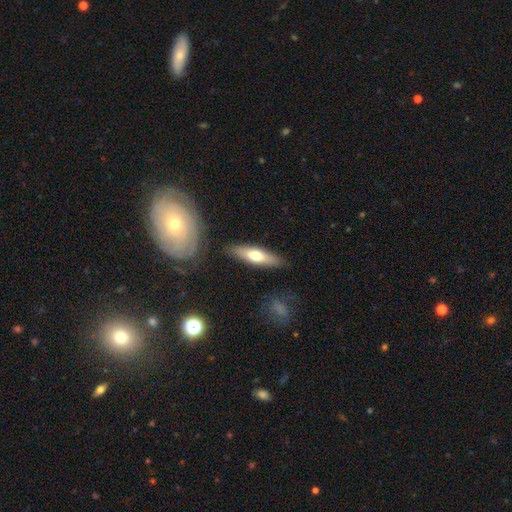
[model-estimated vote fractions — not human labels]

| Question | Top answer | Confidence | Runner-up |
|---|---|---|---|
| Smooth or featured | smooth | 58% | featured or disk (36%) |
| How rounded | cigar-shaped | 63% | in between (35%) |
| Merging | none | 85% | minor disturbance (10%) |